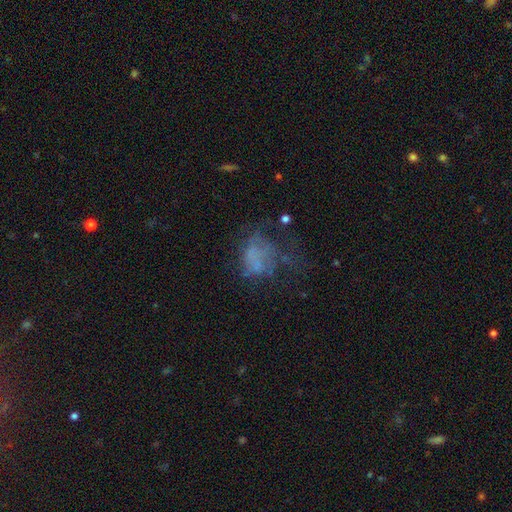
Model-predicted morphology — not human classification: Overall: featured or disk (41%; smooth 37%). Merging: major disturbance (44%; none 31%).